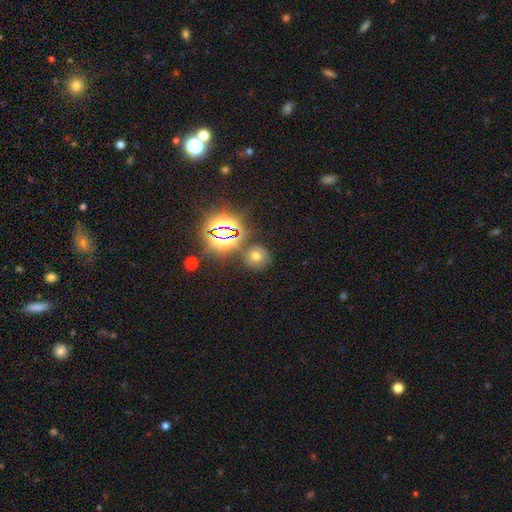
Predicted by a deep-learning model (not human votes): smooth-or-featured: smooth: 52% | star or artifact: 34% | featured or disk: 14%
  how-rounded: round: 83% | in between: 15% | cigar-shaped: 1%
  merging: none: 75% | minor disturbance: 12% | merger: 8% | major disturbance: 5%